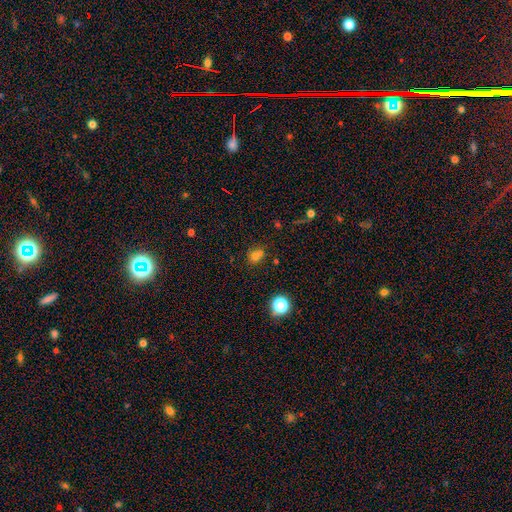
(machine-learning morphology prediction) Smooth or featured? Predicted: smooth (p=0.69). How rounded? Predicted: round (p=0.73). Merging? Predicted: none (p=0.49).